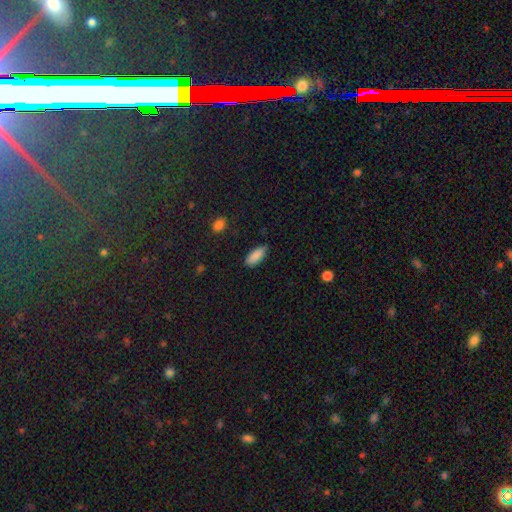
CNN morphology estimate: smooth-or-featured: smooth: 88% | star or artifact: 7% | featured or disk: 5%
  how-rounded: in between: 84% | cigar-shaped: 15% | round: 2%
  merging: none: 76% | minor disturbance: 19% | major disturbance: 3% | merger: 1%